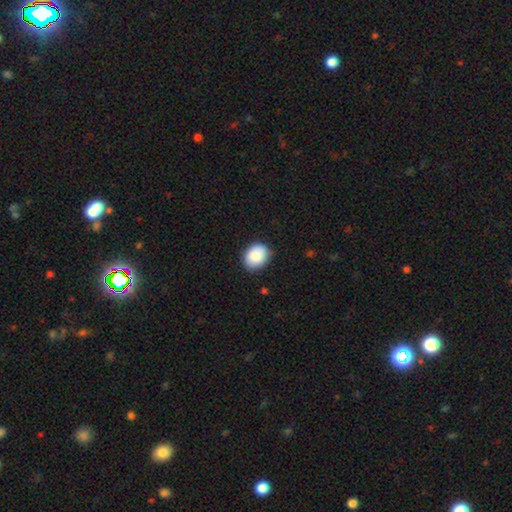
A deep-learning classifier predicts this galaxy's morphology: The model was most divided on "how rounded": in between: 54%, round: 45%, cigar-shaped: 1%. More confident: smooth or featured — smooth (86%); merging — none (84%).